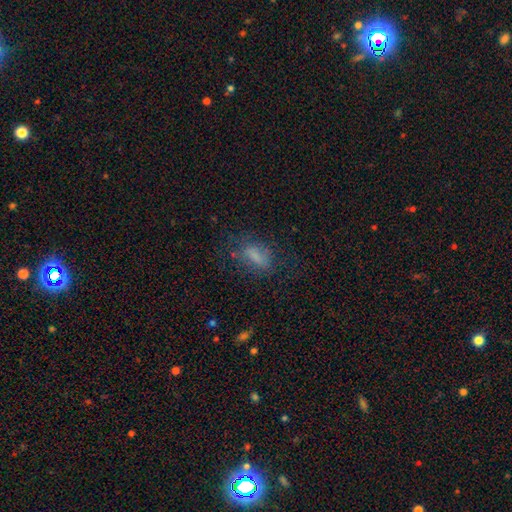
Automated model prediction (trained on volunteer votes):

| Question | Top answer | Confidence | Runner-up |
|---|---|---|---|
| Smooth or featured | smooth | 69% | featured or disk (18%) |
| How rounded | in between | 74% | cigar-shaped (17%) |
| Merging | none | 59% | minor disturbance (22%) |